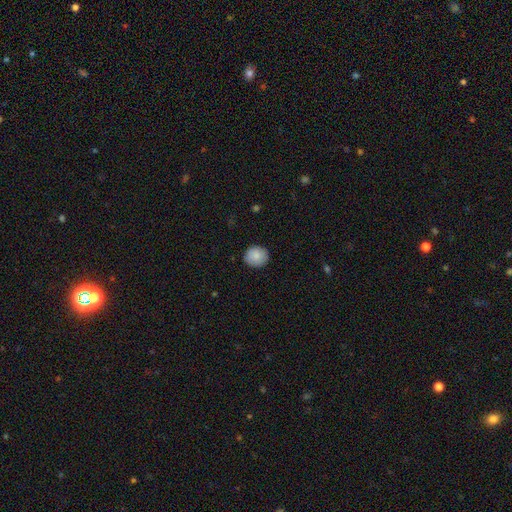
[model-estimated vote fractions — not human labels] This appears to be a smooth galaxy with no disk features (86%) that is round (83%). Merging: none (87%).